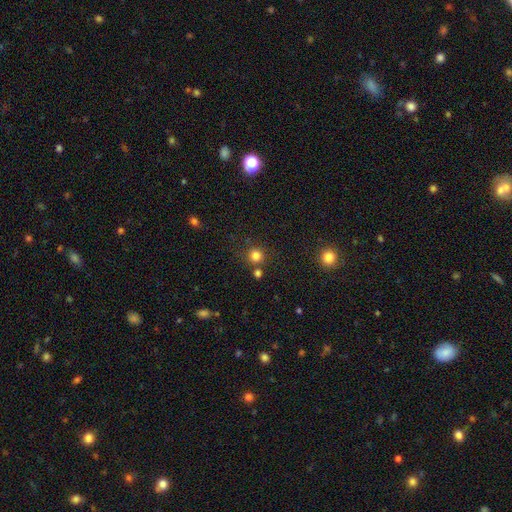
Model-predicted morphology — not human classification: This is clearly a smooth galaxy (81%). How rounded: clearly round (93%). Merging: likely none (76%).